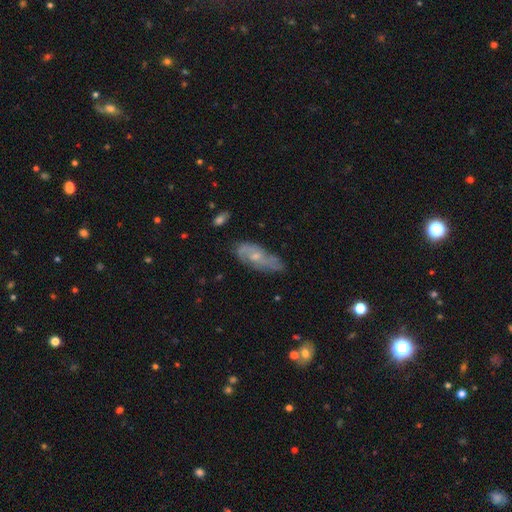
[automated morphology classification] Smooth or featured? featured or disk (59%)
Edge-on disk? no (84%)
Merging? none (64%)